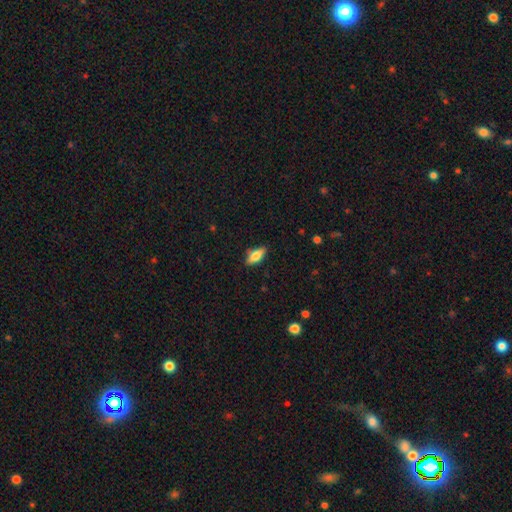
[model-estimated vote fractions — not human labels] A smooth galaxy with no disk features (66%) that is in between round and cigar-shaped (73%).

Vote fractions:
- Smooth or featured? smooth: 66% / featured or disk: 26% / star or artifact: 7%
- How rounded? in between: 73% / cigar-shaped: 24% / round: 3%
- Merging? none: 82% / minor disturbance: 13% / major disturbance: 3% / merger: 2%